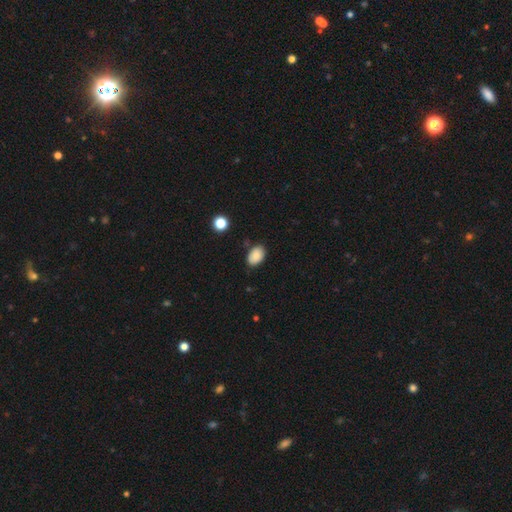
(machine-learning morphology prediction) This appears to be a smooth galaxy with no disk features (86%) that is in between round and cigar-shaped (85%). Merging: none (78%).